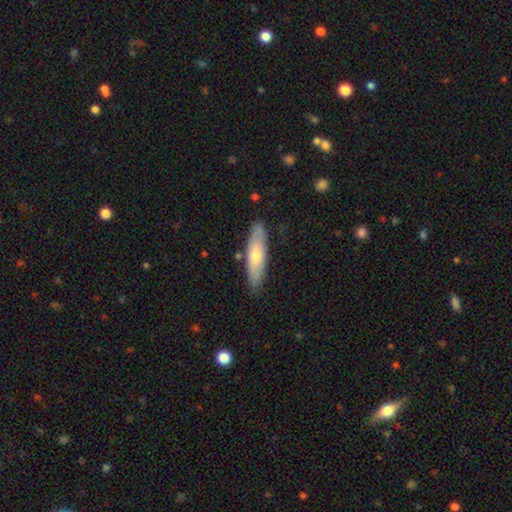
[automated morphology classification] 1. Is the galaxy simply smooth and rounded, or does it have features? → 56% smooth, 38% featured or disk, 6% star or artifact.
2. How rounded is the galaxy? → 68% cigar-shaped, 30% in between, 2% round.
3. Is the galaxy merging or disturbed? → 84% none, 13% minor disturbance, 2% major disturbance, 2% merger.